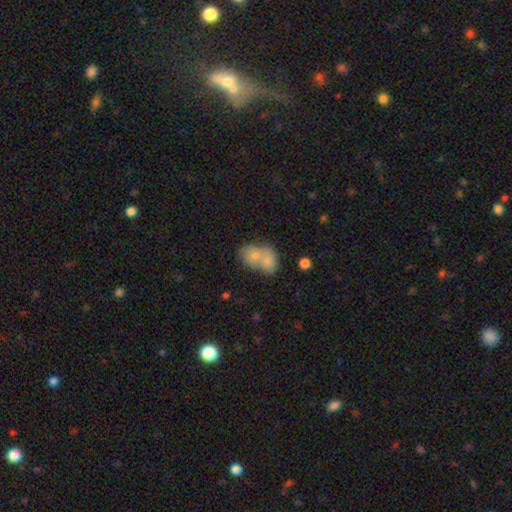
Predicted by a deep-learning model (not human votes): Overall: smooth (68%). How rounded: in between (60%; round 38%). Merging: merger (63%; none 26%).